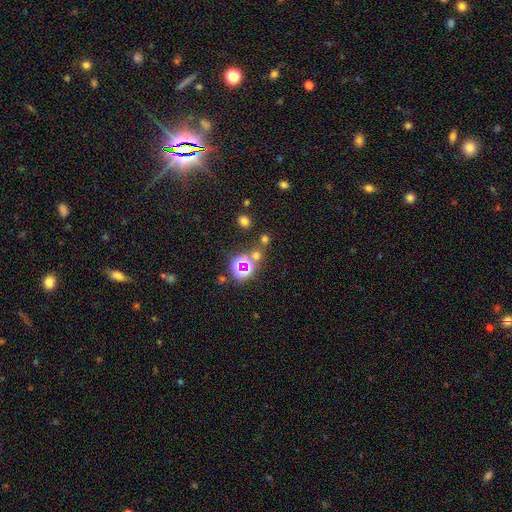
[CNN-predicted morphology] A star or artifact, not a galaxy (50%).

Vote fractions:
- Smooth or featured? star or artifact: 50% / smooth: 43% / featured or disk: 8%